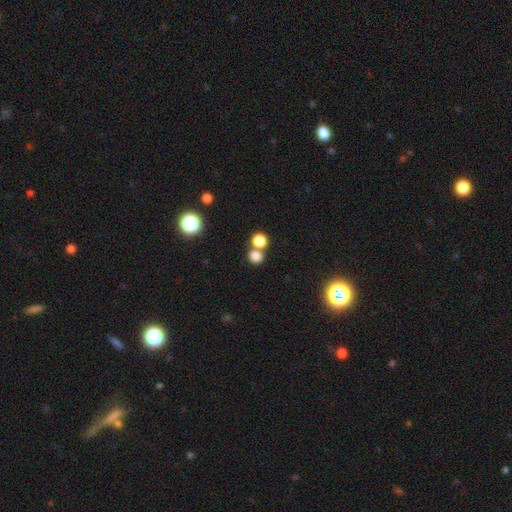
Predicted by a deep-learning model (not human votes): This appears to be a smooth galaxy with no disk features (79%) that is round (83%). Merging: none (56%).